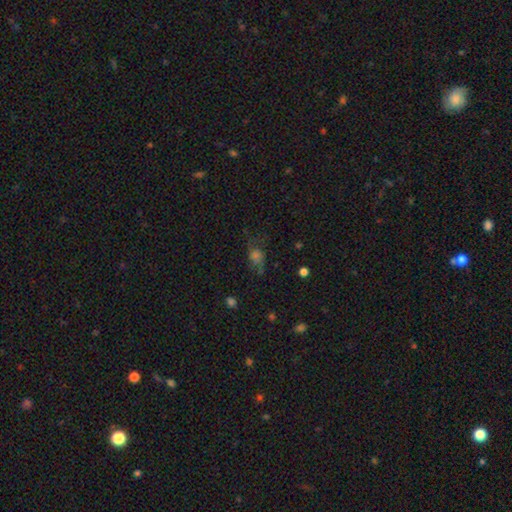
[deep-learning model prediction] smooth_or_featured: smooth (p=0.49) [alt: star or artifact p=0.28]
merging: none (p=0.51) [alt: minor disturbance p=0.24]